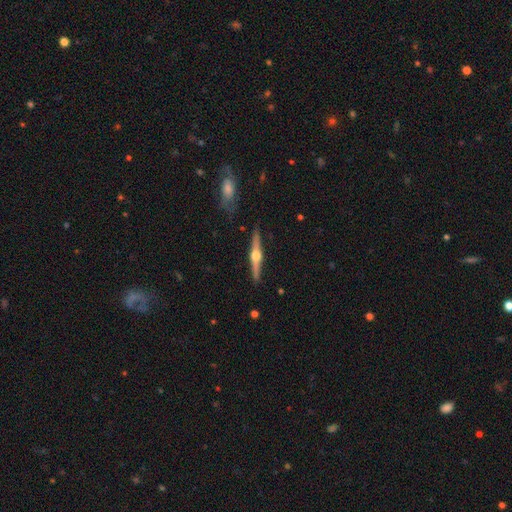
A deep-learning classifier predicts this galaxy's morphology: Overall: featured or disk (80%). Edge-on disk: yes (98%). Edge-on bulge: rounded (96%). Merging: none (89%).